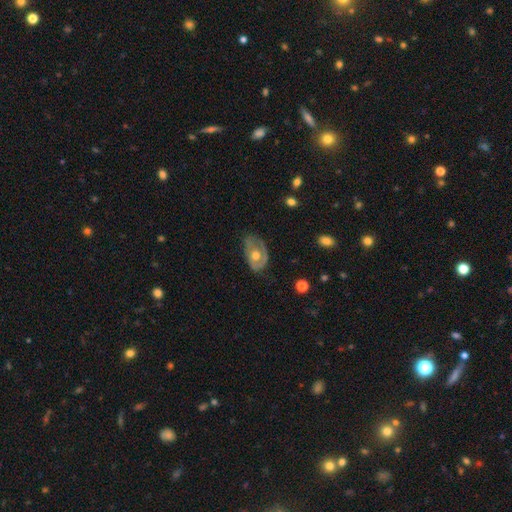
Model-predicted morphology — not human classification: Q: Smooth or featured?
A: featured or disk (59%); runner-up: smooth (35%)
Q: Edge-on disk?
A: no (92%); runner-up: yes (8%)
Q: Bar?
A: no (84%); runner-up: weak (13%)
Q: Spiral arms?
A: no (61%); runner-up: yes (39%)
Q: Bulge size?
A: moderate (74%); runner-up: large (13%)
Q: Merging?
A: none (58%); runner-up: minor disturbance (28%)